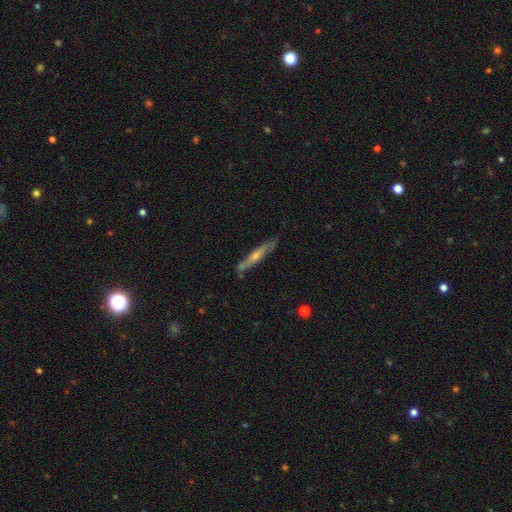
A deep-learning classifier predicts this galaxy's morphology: This appears to be a featured or disk galaxy (57%) viewed edge-on (87%) with a rounded central bulge (65%). Merging: none (78%).